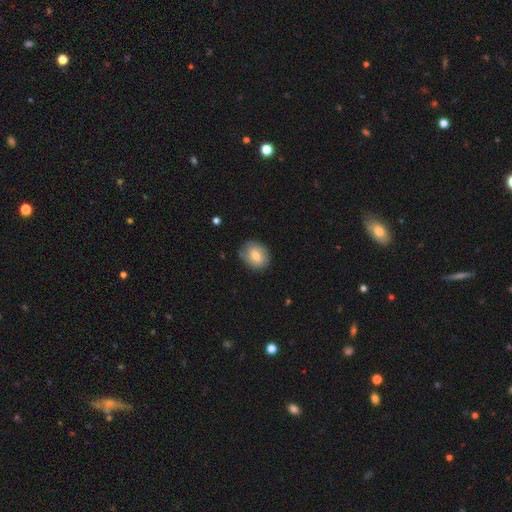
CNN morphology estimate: This appears to be a smooth galaxy with no disk features (74%) that is round (50%). Merging: none (79%).